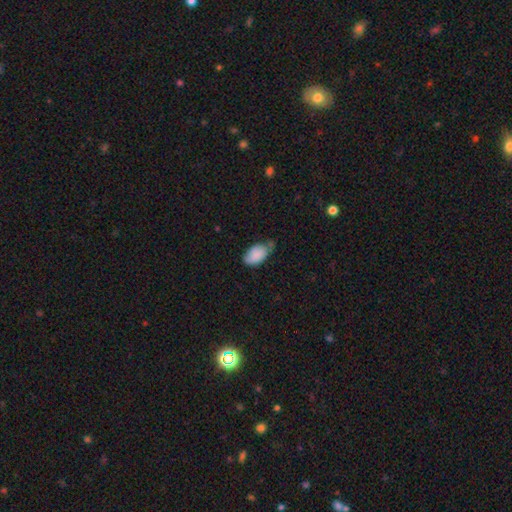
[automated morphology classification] Overall: smooth (87%). How rounded: in between (94%). Merging: none (50%; minor disturbance 36%).